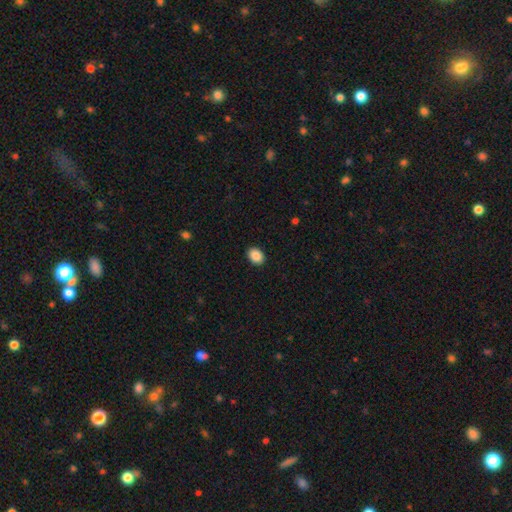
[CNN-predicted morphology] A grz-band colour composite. It shows a smooth galaxy with no disk features (89%) that is in between round and cigar-shaped (66%). Merging: none (91%).